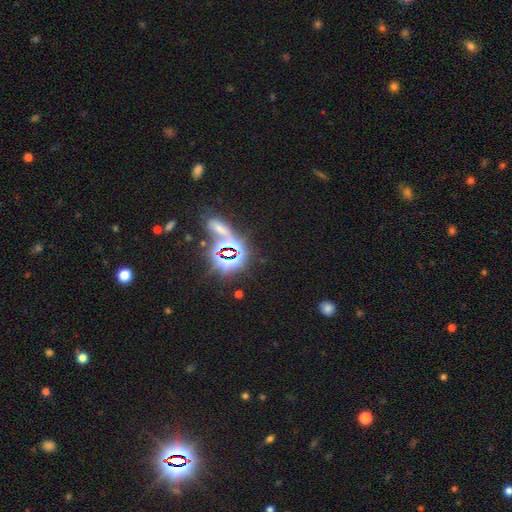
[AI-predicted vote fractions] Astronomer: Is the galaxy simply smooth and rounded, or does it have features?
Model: star or artifact — 78%.